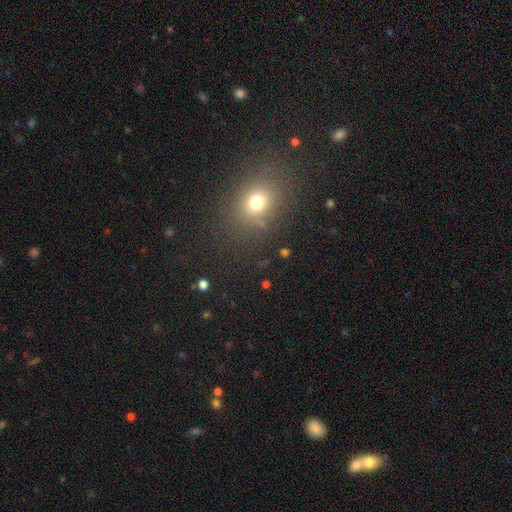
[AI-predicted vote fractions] The model was most divided on "how rounded": round: 50%, in between: 48%, cigar-shaped: 2%. More confident: merging — none (89%); smooth or featured — smooth (64%).